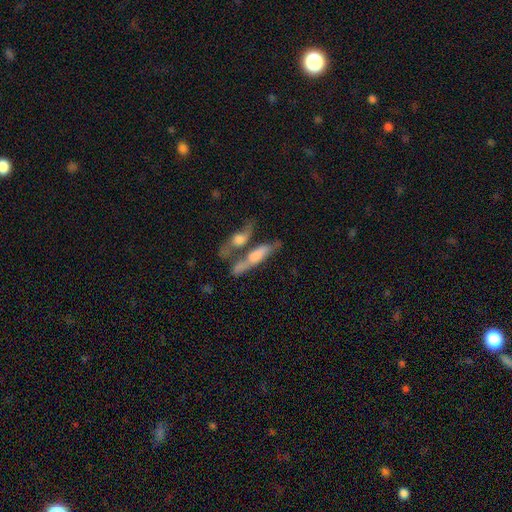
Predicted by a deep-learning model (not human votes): Smooth or featured? featured or disk (49%)
Merging? merger (44%)